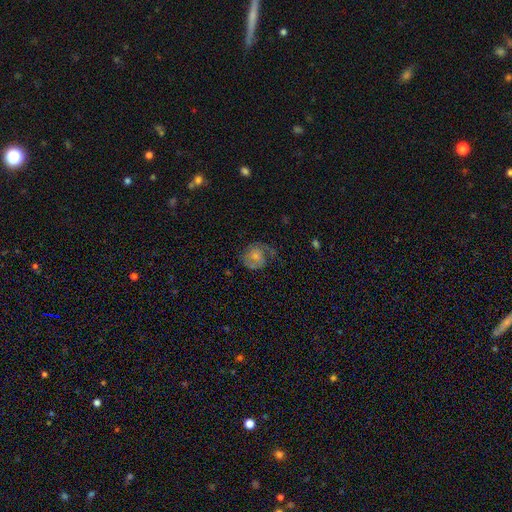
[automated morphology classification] type=featured or disk (53%); edge-on=no (98%); bar=no (76%); spiral arms=yes (81%); bulge=small (49%); merging=none (49%).